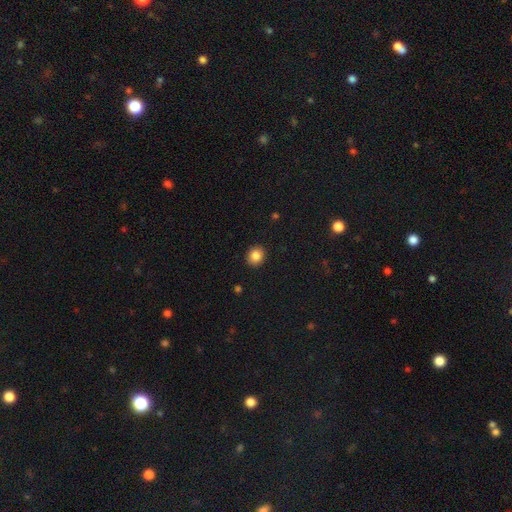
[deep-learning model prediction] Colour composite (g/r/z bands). It shows a smooth galaxy with no disk features (85%) that is round (80%). Merging: none (91%).